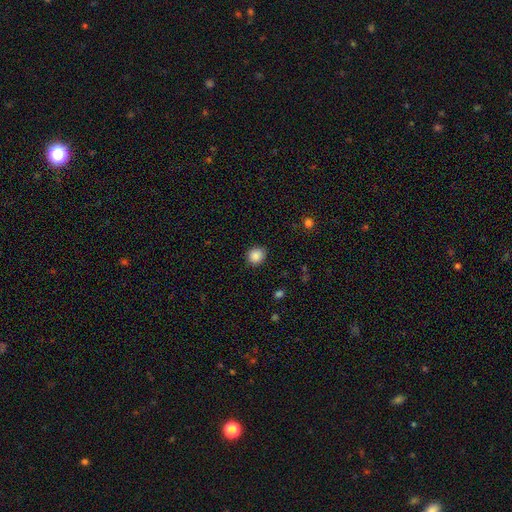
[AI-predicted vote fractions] The model was most divided on "how rounded": round: 82%, in between: 17%, cigar-shaped: 1%. More confident: merging — none (88%); smooth or featured — smooth (87%).